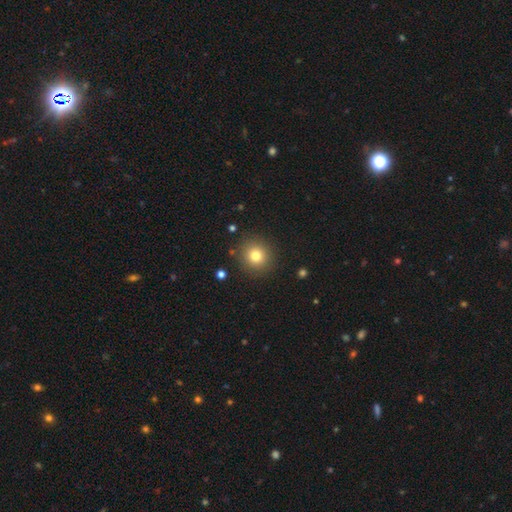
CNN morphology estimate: smooth 79%, star or artifact 12%, featured or disk 9%. Down the decision tree: how rounded — round (89%); merging — none (88%).